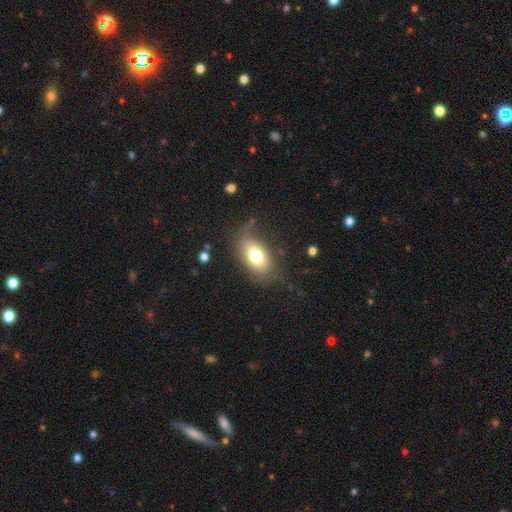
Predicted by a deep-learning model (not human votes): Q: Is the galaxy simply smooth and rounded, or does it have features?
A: smooth — 73%.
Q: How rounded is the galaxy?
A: in between — 88%.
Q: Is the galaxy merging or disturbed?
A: none — 65%.